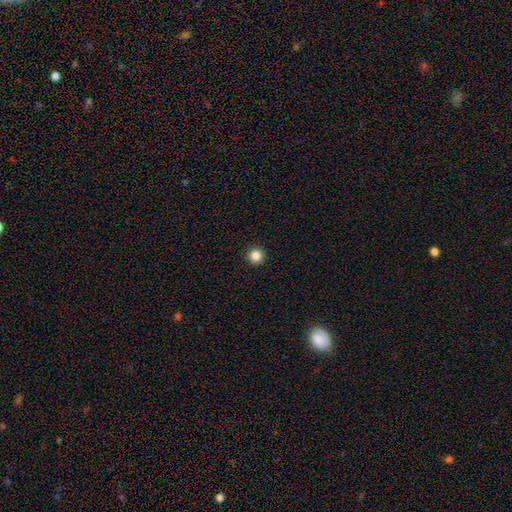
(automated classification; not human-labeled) Overall: smooth (85%). How rounded: round (96%). Merging: none (94%).